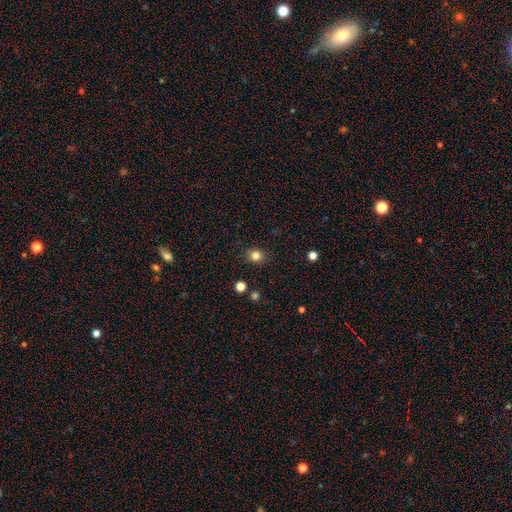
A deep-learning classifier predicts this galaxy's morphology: The model was most divided on "how rounded": round: 70%, in between: 29%, cigar-shaped: 1%. More confident: merging — none (88%); smooth or featured — smooth (82%).